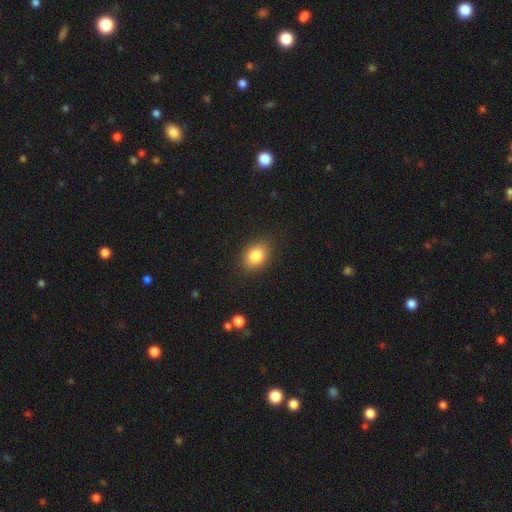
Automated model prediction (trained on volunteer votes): Q: Smooth or featured?
A: smooth (84%); runner-up: star or artifact (9%)
Q: How rounded?
A: in between (71%); runner-up: round (28%)
Q: Merging?
A: none (86%); runner-up: minor disturbance (10%)